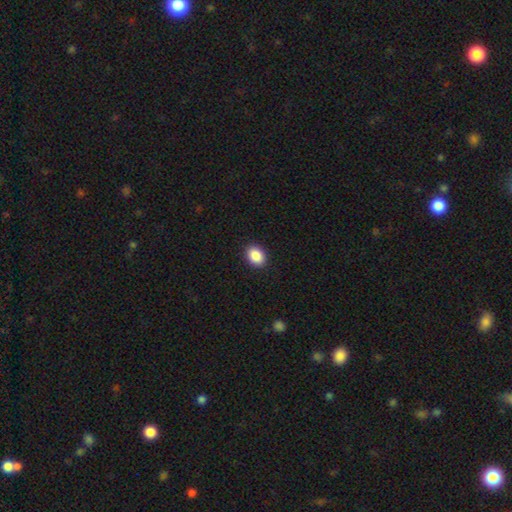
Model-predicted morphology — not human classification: Overall: smooth (89%). How rounded: in between (67%; round 32%). Merging: none (90%).